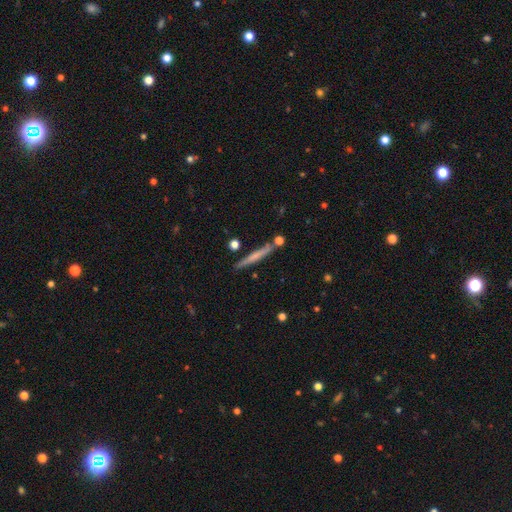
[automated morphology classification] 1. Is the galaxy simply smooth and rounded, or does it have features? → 54% smooth, 40% featured or disk, 6% star or artifact.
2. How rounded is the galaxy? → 95% cigar-shaped, 3% in between, 2% round.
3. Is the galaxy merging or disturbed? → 84% none, 10% minor disturbance, 5% merger, 2% major disturbance.